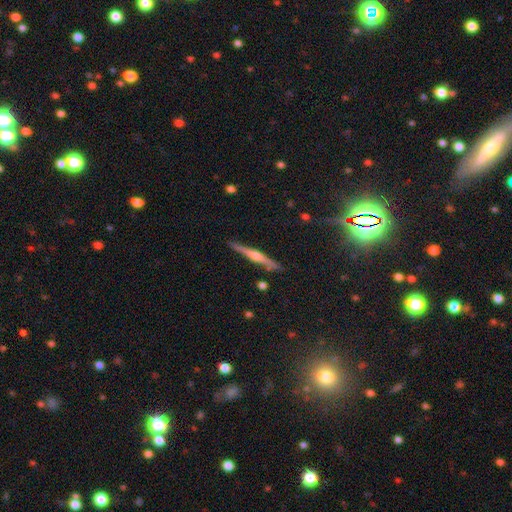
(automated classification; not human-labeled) Smooth or featured?
  - featured or disk: 73% *
  - smooth: 19%
  - star or artifact: 8%
Edge-on disk?
  - yes: 98% *
  - no: 2%
Edge-on bulge?
  - rounded: 73% *
  - boxy: 16%
  - none: 11%
Merging?
  - none: 89% *
  - minor disturbance: 8%
  - merger: 2%
  - major disturbance: 2%